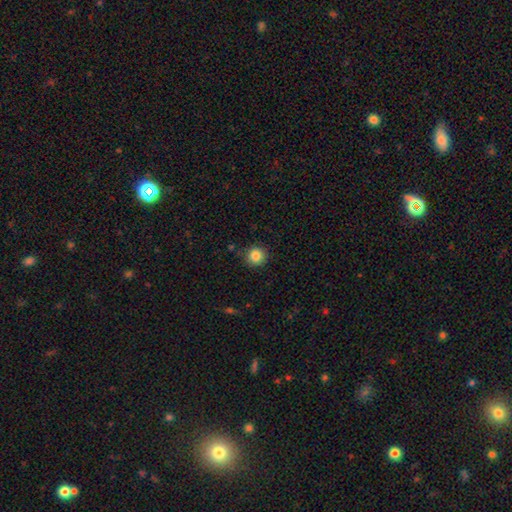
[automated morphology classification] Overall: smooth (85%). How rounded: round (94%). Merging: none (88%).